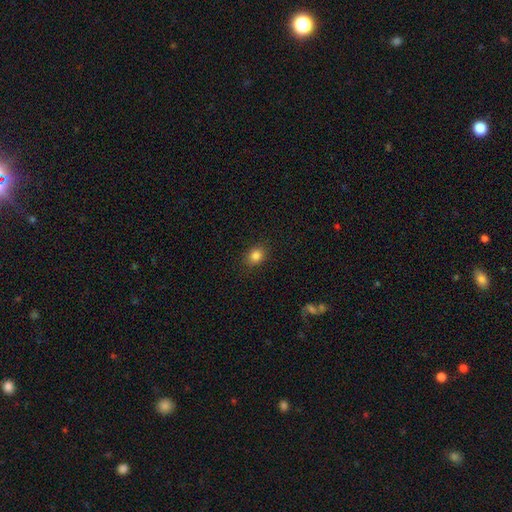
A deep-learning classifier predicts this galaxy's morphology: Smooth or featured? Predicted: smooth (p=0.84). How rounded? Predicted: round (p=0.54). Merging? Predicted: none (p=0.88).